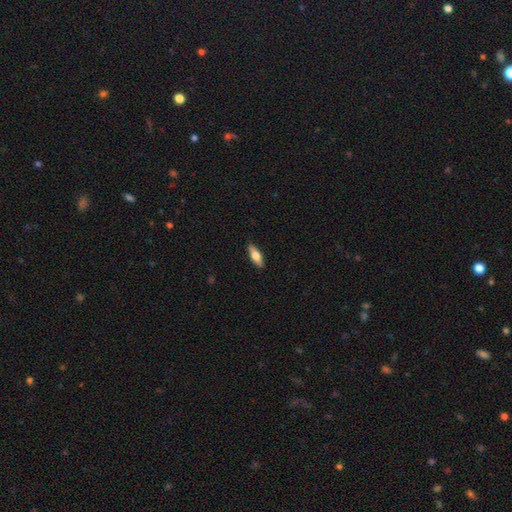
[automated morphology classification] Q: Smooth or featured?
A: smooth (64%); runner-up: featured or disk (31%)
Q: How rounded?
A: in between (58%); runner-up: cigar-shaped (39%)
Q: Merging?
A: none (90%); runner-up: minor disturbance (8%)